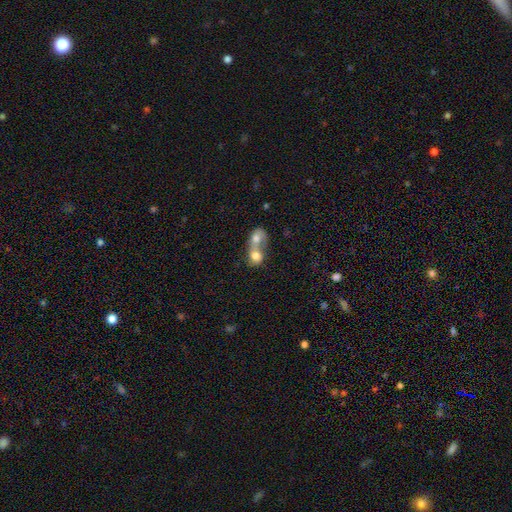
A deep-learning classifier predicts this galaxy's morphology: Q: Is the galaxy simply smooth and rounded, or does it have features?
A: smooth — 71%.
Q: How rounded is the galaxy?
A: round — 55%.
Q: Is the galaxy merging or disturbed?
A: merger — 85%.